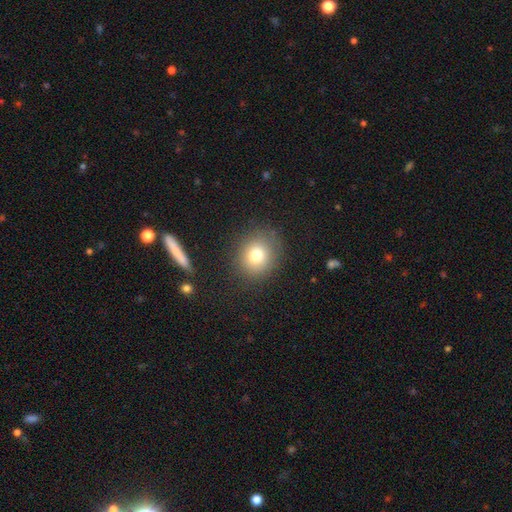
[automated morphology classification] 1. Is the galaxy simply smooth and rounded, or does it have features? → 78% smooth, 12% star or artifact, 10% featured or disk.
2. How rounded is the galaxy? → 78% round, 21% in between, 1% cigar-shaped.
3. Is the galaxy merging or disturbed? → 85% none, 9% minor disturbance, 4% major disturbance, 2% merger.